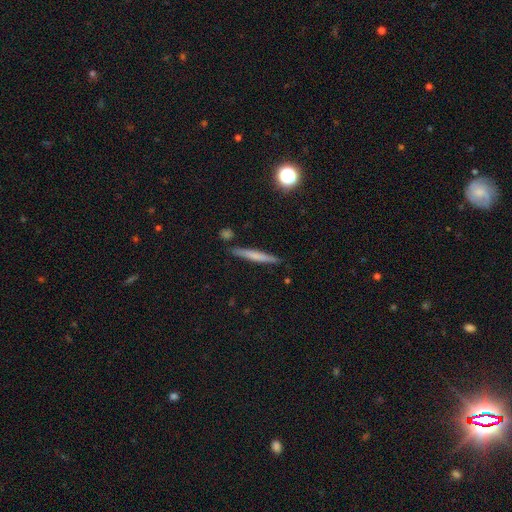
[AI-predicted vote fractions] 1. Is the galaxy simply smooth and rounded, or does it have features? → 57% smooth, 35% featured or disk, 8% star or artifact.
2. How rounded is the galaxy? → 95% cigar-shaped, 3% in between, 2% round.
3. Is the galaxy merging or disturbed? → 87% none, 9% minor disturbance, 3% merger, 2% major disturbance.